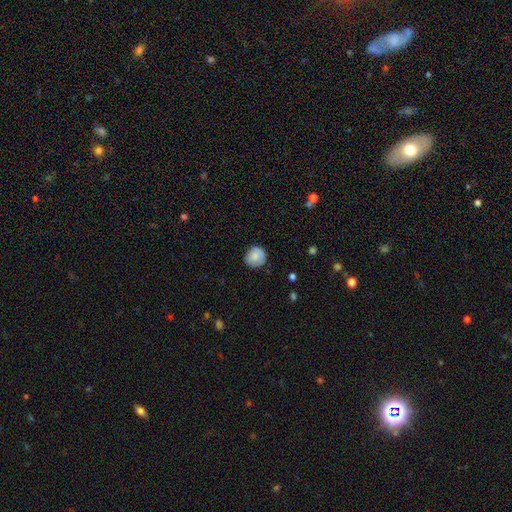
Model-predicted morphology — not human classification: Smooth or featured?
  - smooth: 82% *
  - featured or disk: 11%
  - star or artifact: 7%
How rounded?
  - round: 88% *
  - in between: 11%
  - cigar-shaped: 1%
Merging?
  - none: 80% *
  - minor disturbance: 16%
  - major disturbance: 3%
  - merger: 1%